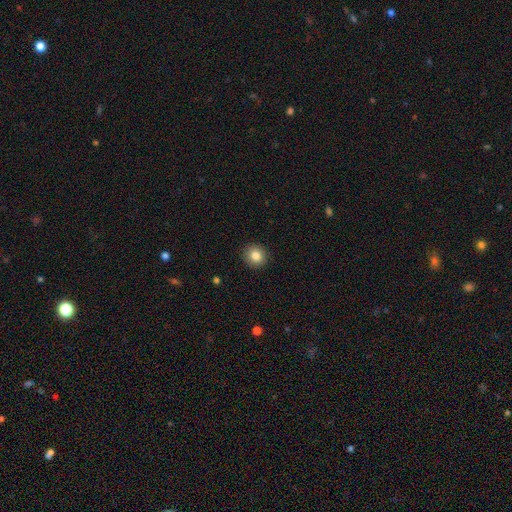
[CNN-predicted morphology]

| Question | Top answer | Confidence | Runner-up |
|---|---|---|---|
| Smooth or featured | smooth | 83% | star or artifact (10%) |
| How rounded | round | 90% | in between (9%) |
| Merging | none | 92% | minor disturbance (6%) |